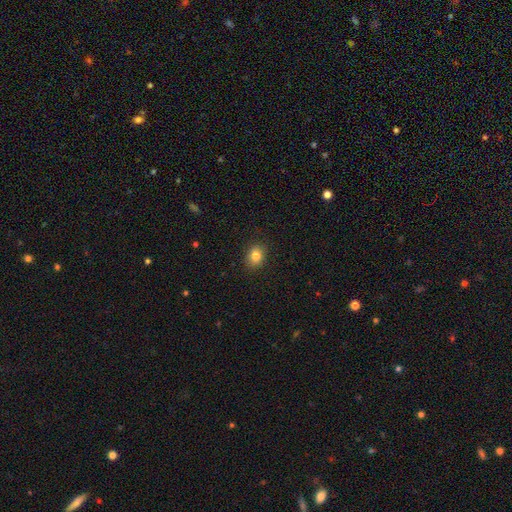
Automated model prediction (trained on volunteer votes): smooth-or-featured: smooth: 83% | star or artifact: 11% | featured or disk: 7%
  how-rounded: round: 50% | in between: 49% | cigar-shaped: 1%
  merging: none: 88% | minor disturbance: 8% | major disturbance: 2% | merger: 1%